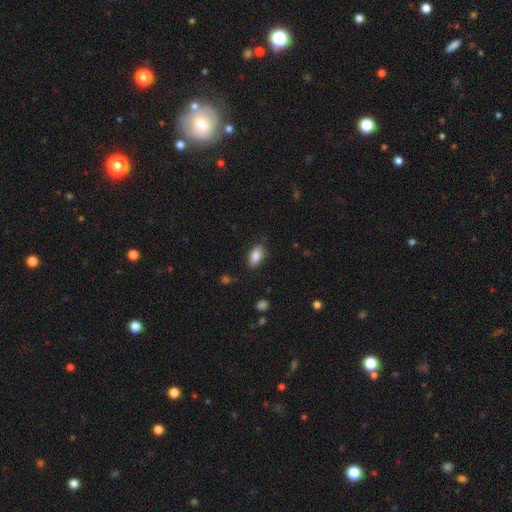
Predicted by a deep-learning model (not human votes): smooth 86%, star or artifact 7%, featured or disk 7%. Down the decision tree: how rounded — in between (90%); merging — none (81%).